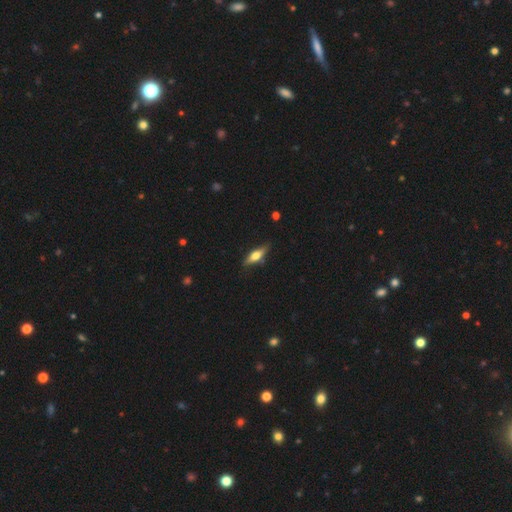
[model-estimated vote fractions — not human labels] A smooth galaxy with no disk features (48%).

Vote fractions:
- Smooth or featured? smooth: 48% / featured or disk: 46% / star or artifact: 6%
- Merging? none: 82% / minor disturbance: 14% / major disturbance: 3% / merger: 2%